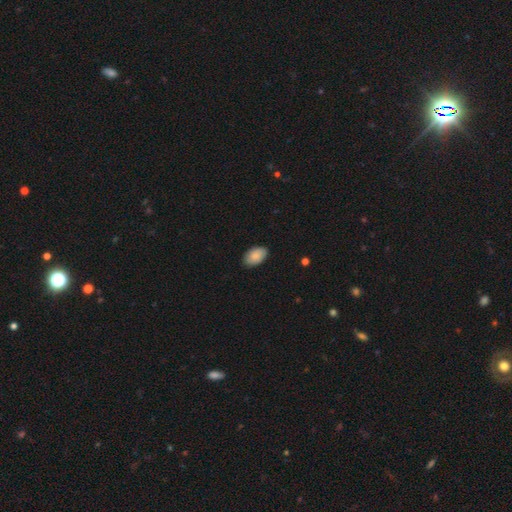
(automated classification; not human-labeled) This is clearly a smooth galaxy (87%). How rounded: clearly in between (93%). Merging: clearly none (85%).